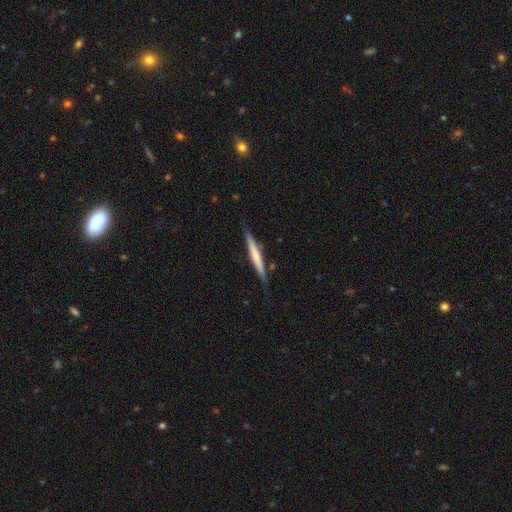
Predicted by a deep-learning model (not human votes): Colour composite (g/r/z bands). It shows a smooth galaxy with no disk features (48%). Merging: none (82%).